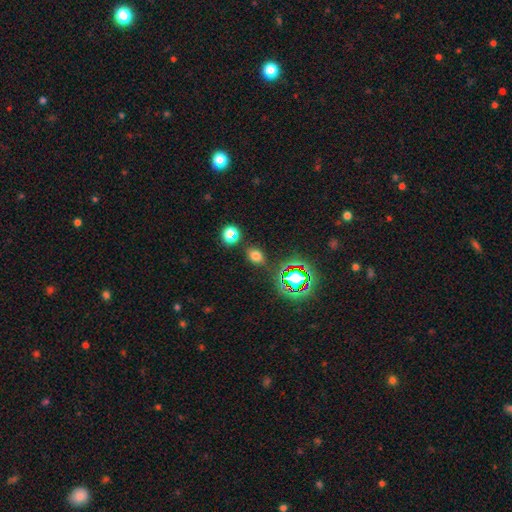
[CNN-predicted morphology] Smooth or featured: smooth — 67% (star or artifact — 26%)
How rounded: in between — 66% (round — 33%)
Merging: none — 79% (minor disturbance — 11%)